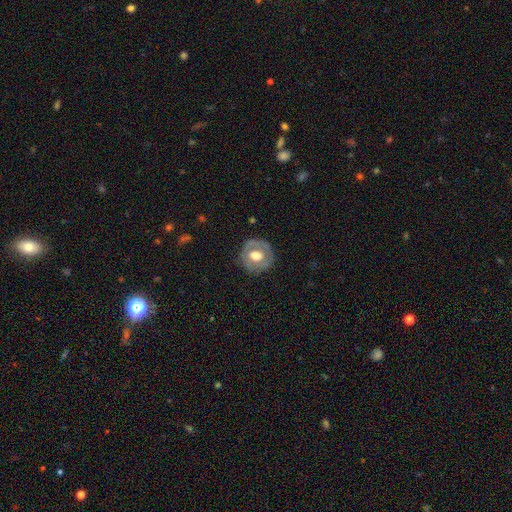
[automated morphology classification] Smooth or featured: featured or disk — 49% (smooth — 45%)
Merging: none — 79% (minor disturbance — 15%)